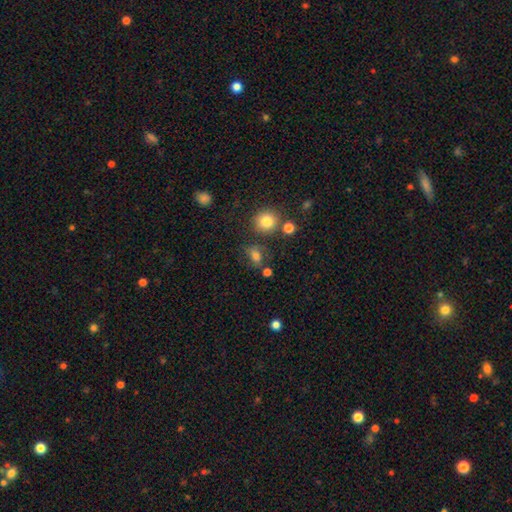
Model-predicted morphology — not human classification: smooth 72%, star or artifact 16%, featured or disk 12%. Down the decision tree: how rounded — in between (57%); merging — none (60%).